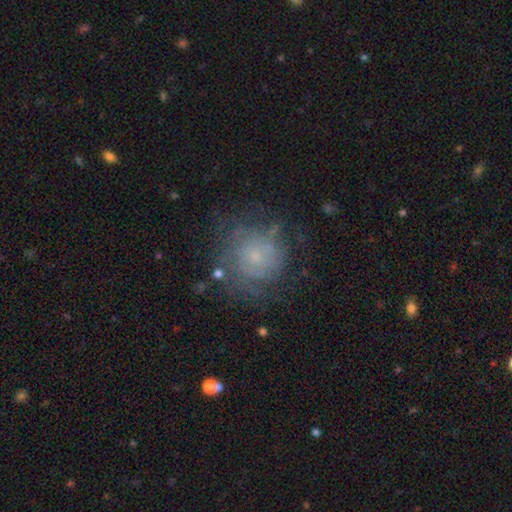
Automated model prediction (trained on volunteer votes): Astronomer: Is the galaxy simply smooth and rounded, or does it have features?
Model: featured or disk — 49% (runner-up: smooth, 37%).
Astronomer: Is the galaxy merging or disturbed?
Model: none — 65%.